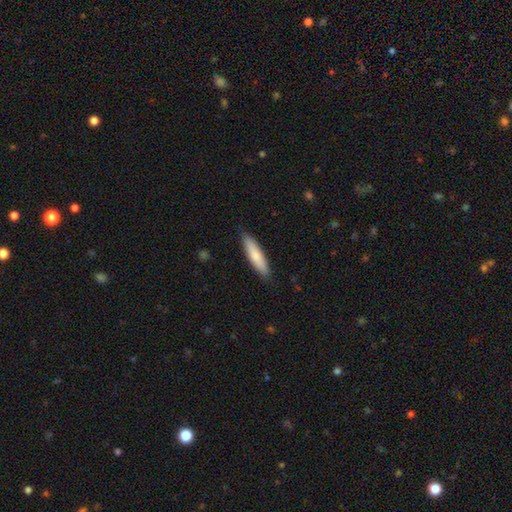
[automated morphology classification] A smooth galaxy with no disk features (76%) that is cigar-shaped (74%). Merging: none (87%).